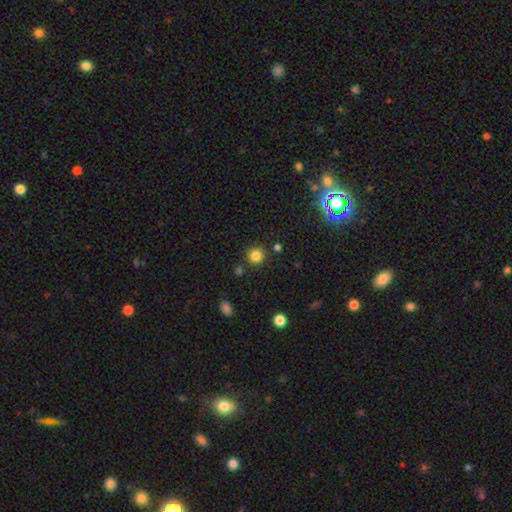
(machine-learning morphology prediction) Q: Smooth or featured?
A: smooth (82%); runner-up: star or artifact (13%)
Q: How rounded?
A: round (93%); runner-up: in between (6%)
Q: Merging?
A: none (84%); runner-up: minor disturbance (8%)